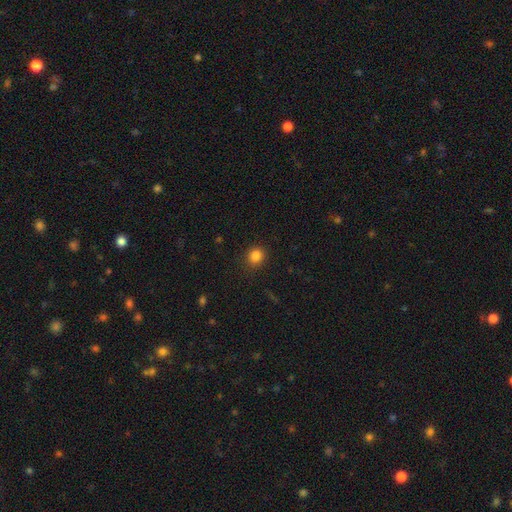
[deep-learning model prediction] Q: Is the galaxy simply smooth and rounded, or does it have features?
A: smooth — 84%.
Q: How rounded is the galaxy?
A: round — 80%.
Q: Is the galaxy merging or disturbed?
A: none — 86%.